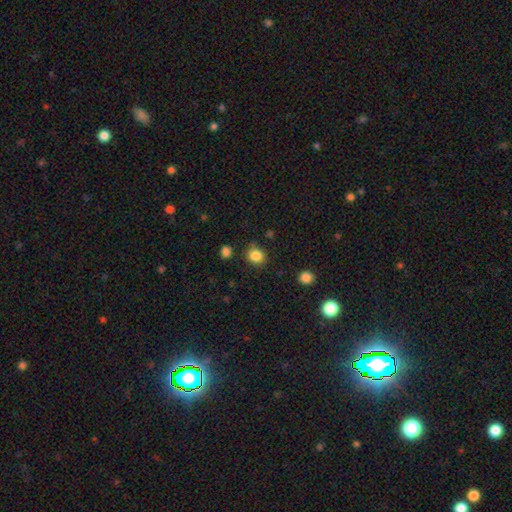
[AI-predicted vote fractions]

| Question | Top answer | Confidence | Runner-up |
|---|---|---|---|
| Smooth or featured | smooth | 85% | star or artifact (11%) |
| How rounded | round | 81% | in between (18%) |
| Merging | none | 83% | minor disturbance (11%) |